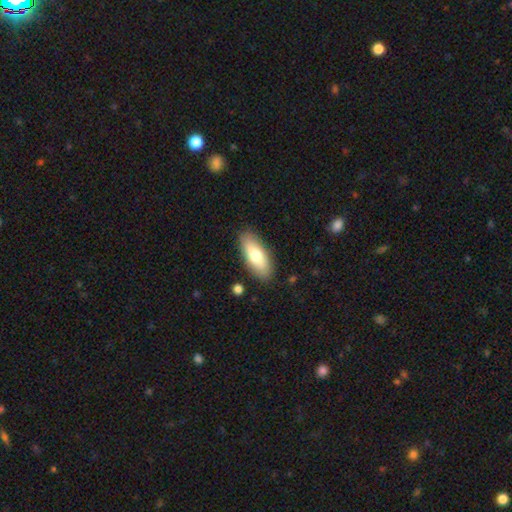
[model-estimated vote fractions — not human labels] smooth_or_featured: smooth (p=0.73) [alt: featured or disk p=0.21]
how_rounded: in between (p=0.78) [alt: cigar-shaped p=0.20]
merging: none (p=0.86) [alt: minor disturbance p=0.10]